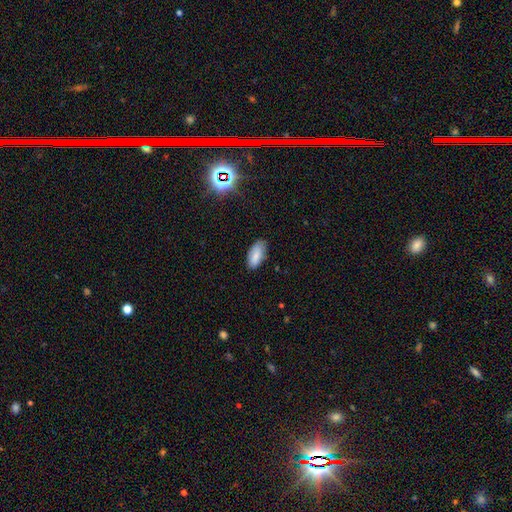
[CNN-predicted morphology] smooth_or_featured: smooth (p=0.84) [alt: star or artifact p=0.08]
how_rounded: in between (p=0.90) [alt: cigar-shaped p=0.08]
merging: none (p=0.75) [alt: minor disturbance p=0.20]